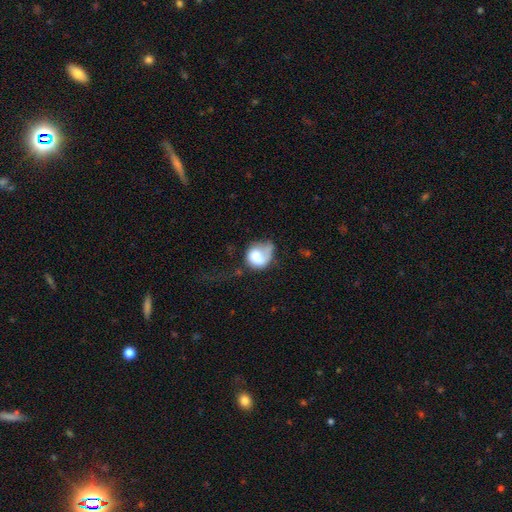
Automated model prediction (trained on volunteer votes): smooth-or-featured: smooth: 62% | featured or disk: 29% | star or artifact: 8%
  how-rounded: round: 59% | in between: 40% | cigar-shaped: 1%
  merging: major disturbance: 39% | none: 23% | minor disturbance: 23% | merger: 15%